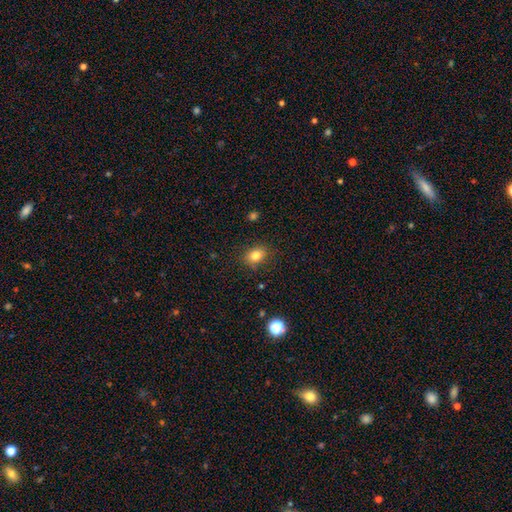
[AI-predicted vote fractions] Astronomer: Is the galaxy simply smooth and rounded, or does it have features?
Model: smooth — 81%.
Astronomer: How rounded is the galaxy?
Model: in between — 60% (runner-up: round, 39%).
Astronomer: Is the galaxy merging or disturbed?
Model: none — 83%.